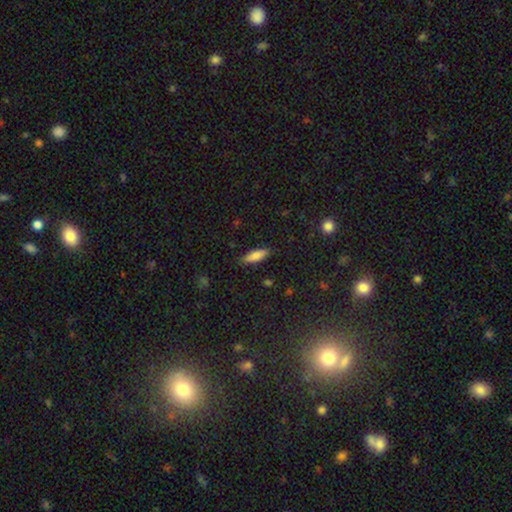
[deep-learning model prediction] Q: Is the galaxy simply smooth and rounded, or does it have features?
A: smooth — 81%.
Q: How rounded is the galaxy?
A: in between — 56%.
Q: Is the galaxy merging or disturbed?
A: none — 85%.